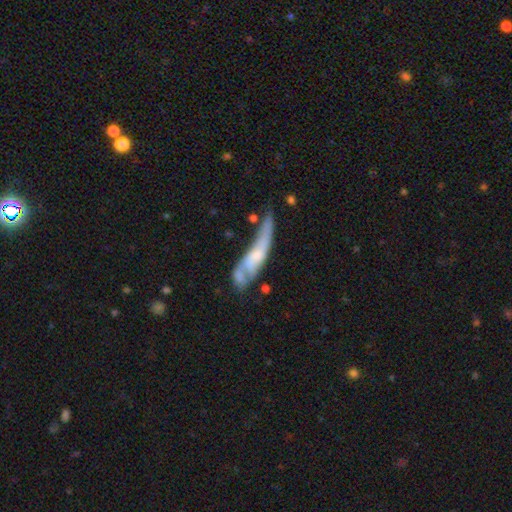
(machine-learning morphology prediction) A featured or disk galaxy (53%).

Vote fractions:
- Smooth or featured? featured or disk: 53% / smooth: 40% / star or artifact: 7%
- Edge-on disk? no: 60% / yes: 40%
- Merging? none: 29% / minor disturbance: 26% / major disturbance: 25% / merger: 20%